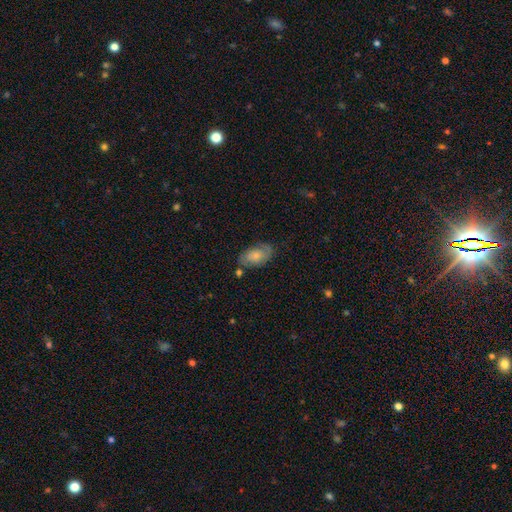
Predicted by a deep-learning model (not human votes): smooth-or-featured: smooth: 52% | featured or disk: 41% | star or artifact: 7%
  how-rounded: in between: 91% | round: 6% | cigar-shaped: 2%
  merging: none: 66% | minor disturbance: 22% | major disturbance: 7% | merger: 5%